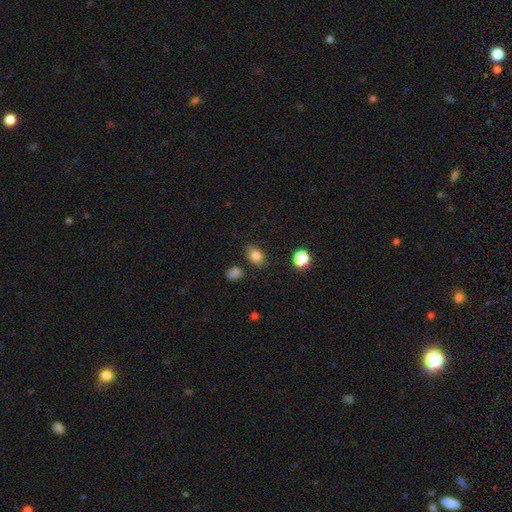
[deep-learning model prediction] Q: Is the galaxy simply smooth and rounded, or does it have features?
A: smooth — 81%.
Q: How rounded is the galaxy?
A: in between — 79%.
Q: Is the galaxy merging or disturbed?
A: none — 80%.